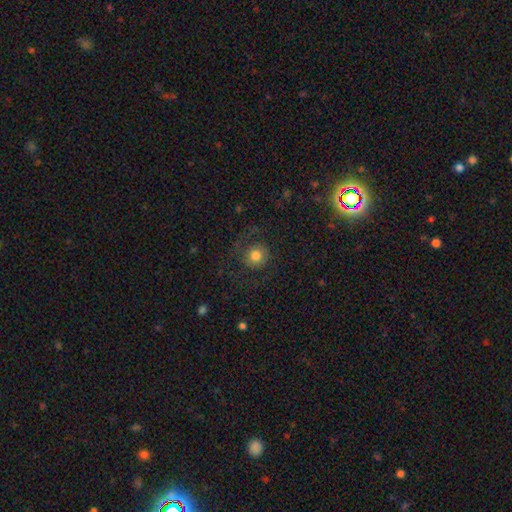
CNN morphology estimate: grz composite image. It shows a smooth galaxy with no disk features (68%) that is round (91%). Merging: none (71%).